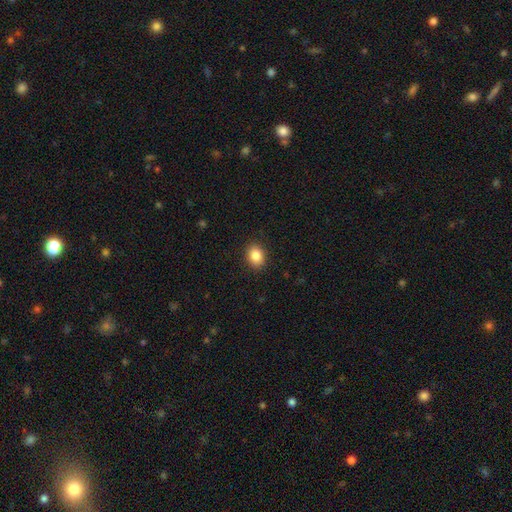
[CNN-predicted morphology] Smooth or featured?
  - smooth: 85% *
  - star or artifact: 9%
  - featured or disk: 5%
How rounded?
  - in between: 53% *
  - round: 46%
  - cigar-shaped: 1%
Merging?
  - none: 90% *
  - minor disturbance: 7%
  - major disturbance: 2%
  - merger: 1%